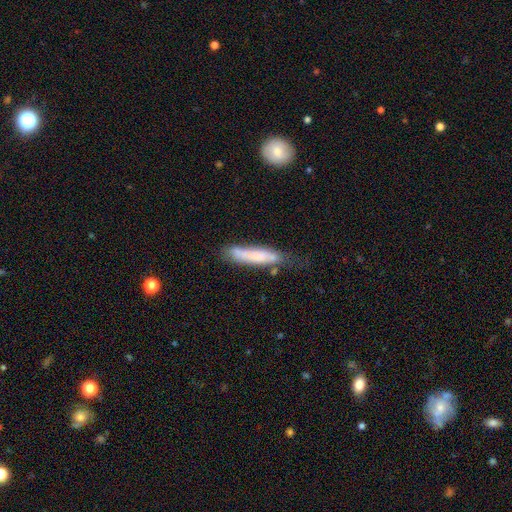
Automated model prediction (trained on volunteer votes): A smooth galaxy with no disk features (66%) that is cigar-shaped (86%).

Vote fractions:
- Smooth or featured? smooth: 66% / featured or disk: 27% / star or artifact: 7%
- How rounded? cigar-shaped: 86% / in between: 12% / round: 2%
- Merging? none: 51% / minor disturbance: 31% / major disturbance: 11% / merger: 7%